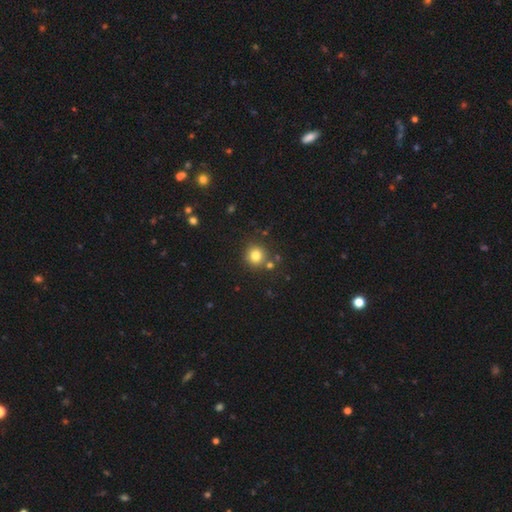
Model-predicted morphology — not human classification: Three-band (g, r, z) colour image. It shows a smooth galaxy with no disk features (80%) that is round (92%). Merging: none (80%).